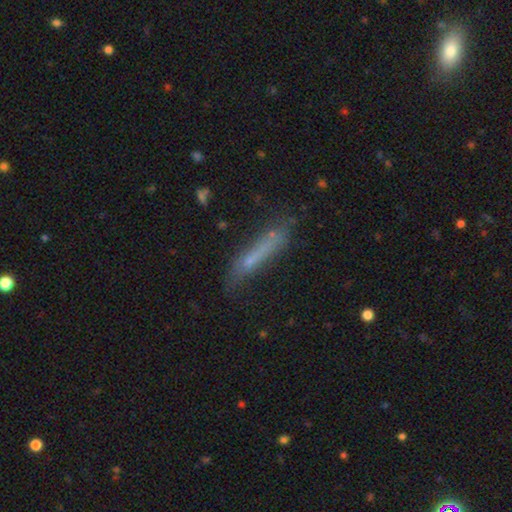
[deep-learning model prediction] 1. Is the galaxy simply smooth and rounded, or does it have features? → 57% smooth, 32% featured or disk, 11% star or artifact.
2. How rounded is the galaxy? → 89% cigar-shaped, 9% in between, 2% round.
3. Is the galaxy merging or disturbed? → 57% none, 25% minor disturbance, 13% major disturbance, 6% merger.